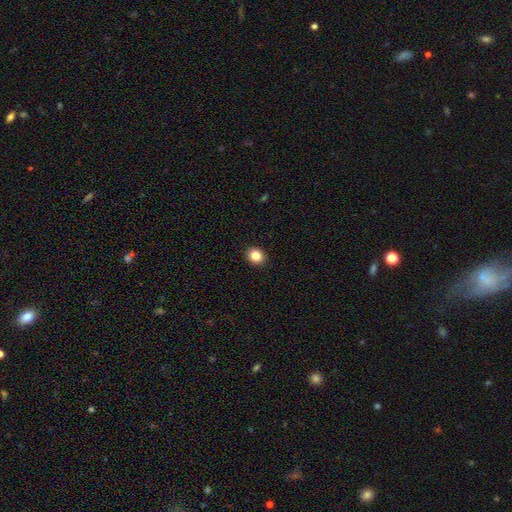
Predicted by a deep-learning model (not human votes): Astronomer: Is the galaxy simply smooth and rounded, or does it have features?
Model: smooth — 85%.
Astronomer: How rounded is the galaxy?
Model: round — 65%.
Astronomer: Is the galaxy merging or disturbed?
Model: none — 92%.